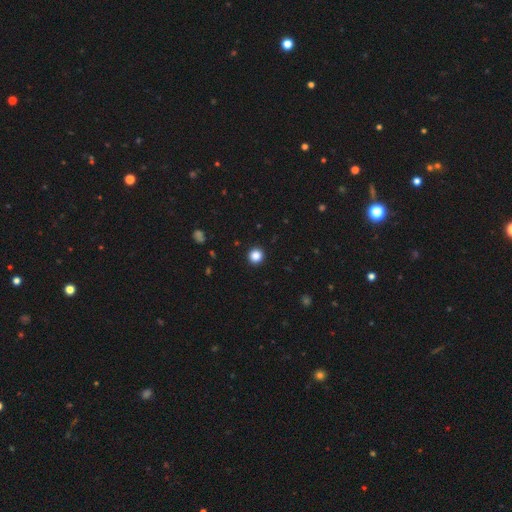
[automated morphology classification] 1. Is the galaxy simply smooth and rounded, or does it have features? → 86% smooth, 11% star or artifact, 3% featured or disk.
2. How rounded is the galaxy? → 95% round, 4% in between, 1% cigar-shaped.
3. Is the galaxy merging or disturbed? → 93% none, 4% minor disturbance, 2% major disturbance, 1% merger.